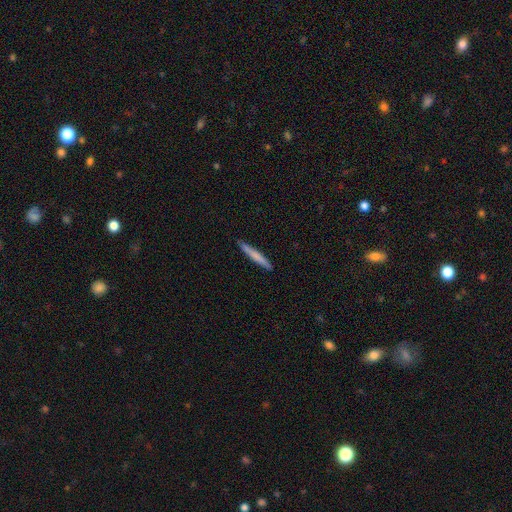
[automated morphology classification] smooth 70%, featured or disk 25%, star or artifact 5%. Down the decision tree: how rounded — cigar-shaped (96%); merging — none (91%).